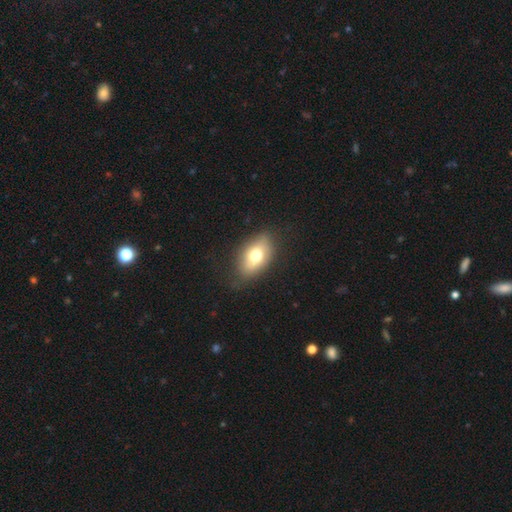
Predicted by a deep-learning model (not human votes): Smooth or featured? Predicted: smooth (p=0.69). How rounded? Predicted: in between (p=0.86). Merging? Predicted: none (p=0.76).